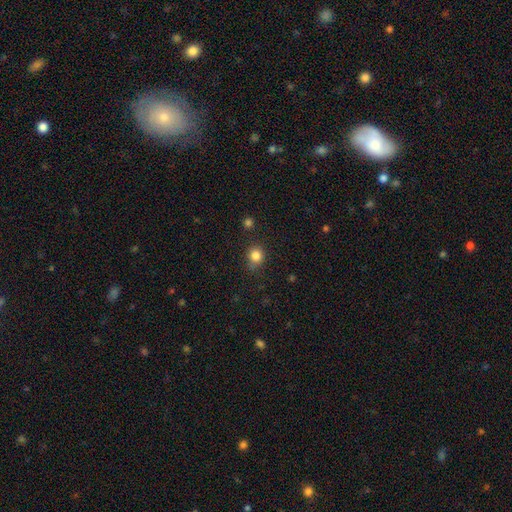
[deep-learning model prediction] Smooth or featured? smooth (83%)
How rounded? round (84%)
Merging? none (79%)